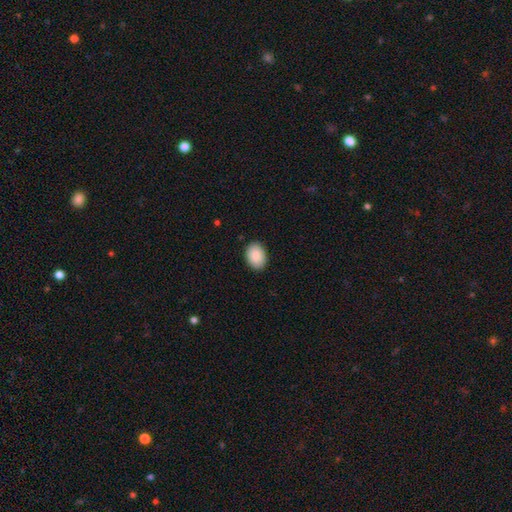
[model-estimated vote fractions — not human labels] Smooth or featured? smooth (89%)
How rounded? in between (81%)
Merging? none (89%)